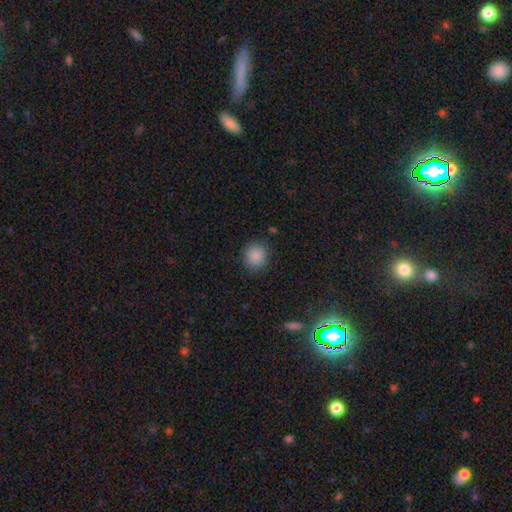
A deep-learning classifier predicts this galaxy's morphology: Smooth or featured? smooth (88%)
How rounded? round (89%)
Merging? none (87%)